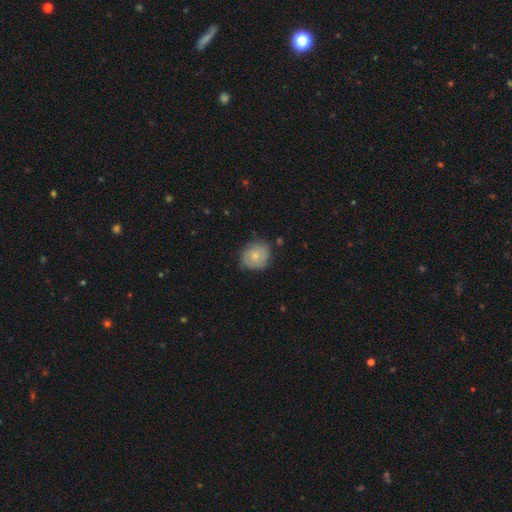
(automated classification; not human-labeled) The model was most divided on "how rounded": round: 71%, in between: 28%, cigar-shaped: 1%. More confident: merging — none (71%); smooth or featured — smooth (69%).